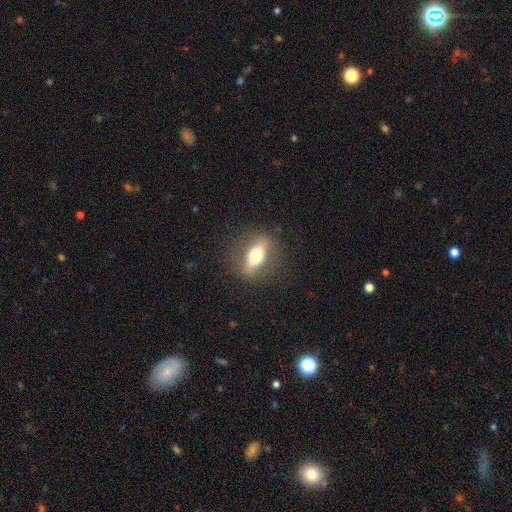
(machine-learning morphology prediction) A smooth galaxy with no disk features (52%) that is in between round and cigar-shaped (71%). Merging: none (81%).